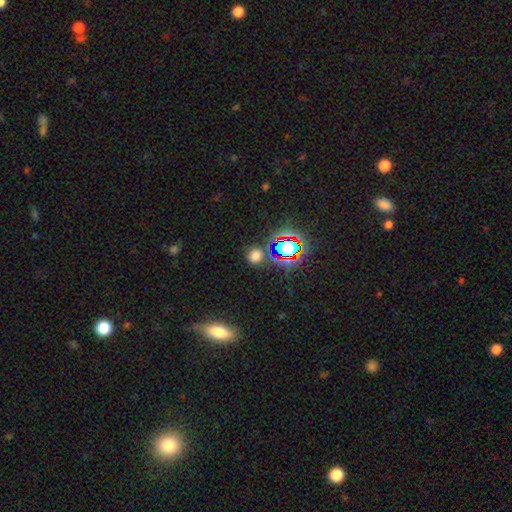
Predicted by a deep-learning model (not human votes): A smooth galaxy with no disk features (66%) that is round (85%). Merging: none (82%).